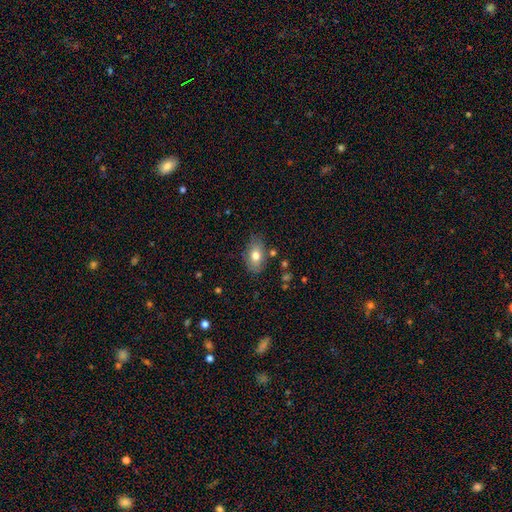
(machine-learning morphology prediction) A smooth galaxy with no disk features (74%) that is in between round and cigar-shaped (87%). Merging: none (76%).